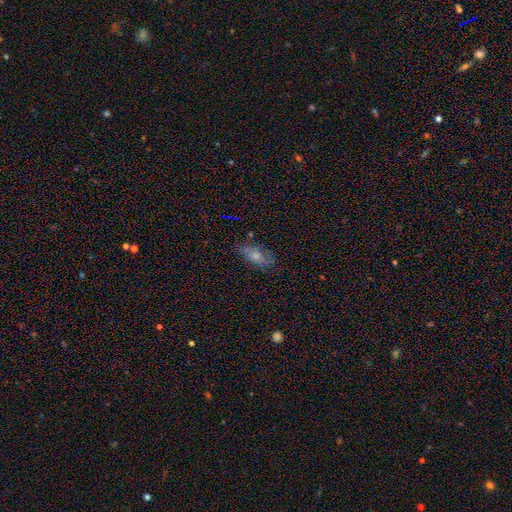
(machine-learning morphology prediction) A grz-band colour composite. It shows a smooth galaxy with no disk features (68%) that is in between round and cigar-shaped (87%). Merging: none (68%).